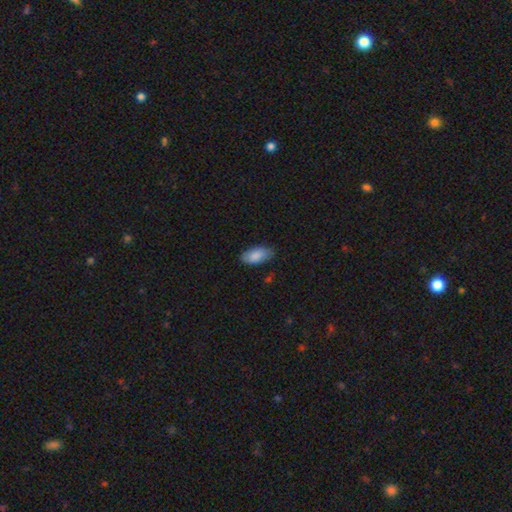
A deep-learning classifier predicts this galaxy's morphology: Q: Smooth or featured?
A: smooth (87%); runner-up: featured or disk (7%)
Q: How rounded?
A: in between (92%); runner-up: cigar-shaped (5%)
Q: Merging?
A: none (81%); runner-up: minor disturbance (15%)